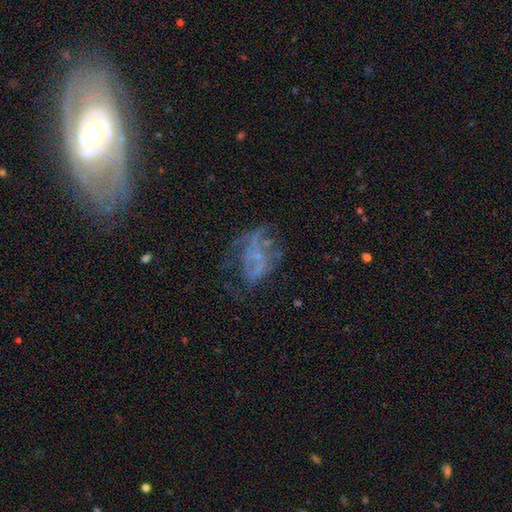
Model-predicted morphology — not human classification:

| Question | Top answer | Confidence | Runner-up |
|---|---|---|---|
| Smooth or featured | featured or disk | 59% | smooth (21%) |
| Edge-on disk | no | 97% | yes (3%) |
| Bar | no | 80% | weak (15%) |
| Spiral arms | no | 64% | yes (36%) |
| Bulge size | none | 54% | small (36%) |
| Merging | none | 38% | tied: major disturbance (38%) |